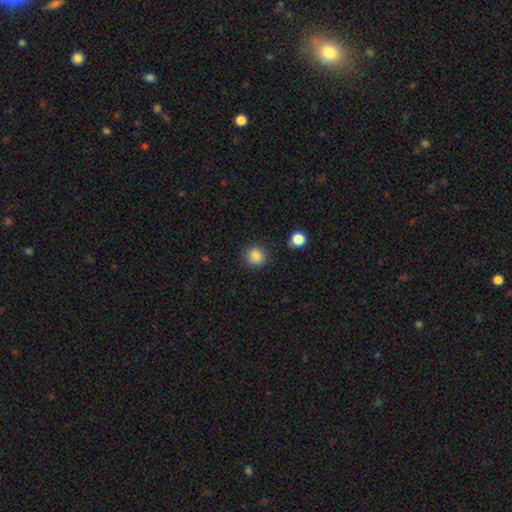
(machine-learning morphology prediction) smooth-or-featured: smooth: 86% | star or artifact: 11% | featured or disk: 4%
  how-rounded: round: 89% | in between: 10% | cigar-shaped: 1%
  merging: none: 87% | minor disturbance: 8% | major disturbance: 3% | merger: 2%